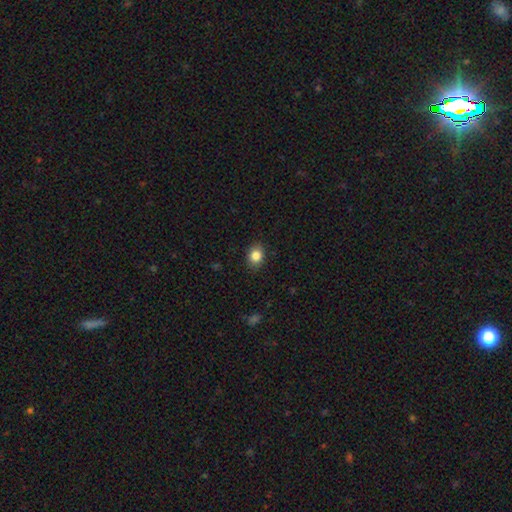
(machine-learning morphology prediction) smooth_or_featured: smooth (p=0.85) [alt: star or artifact p=0.09]
how_rounded: in between (p=0.56) [alt: round p=0.43]
merging: none (p=0.88) [alt: minor disturbance p=0.08]